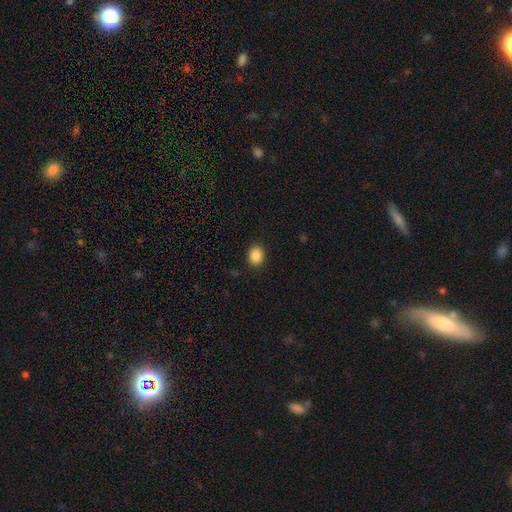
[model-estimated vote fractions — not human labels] The model was most divided on "how rounded": round: 63%, in between: 36%, cigar-shaped: 1%. More confident: merging — none (90%); smooth or featured — smooth (87%).